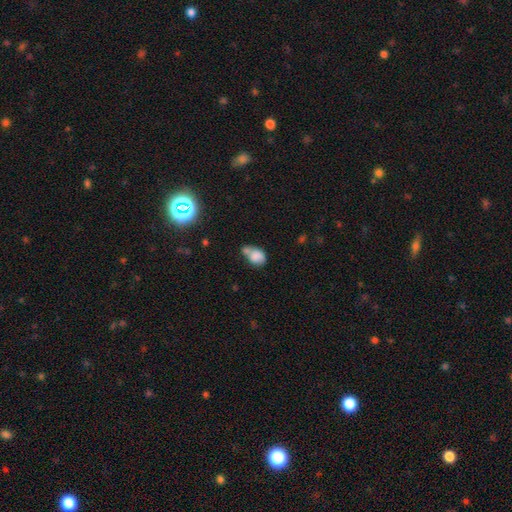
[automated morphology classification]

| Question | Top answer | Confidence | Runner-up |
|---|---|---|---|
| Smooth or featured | smooth | 77% | featured or disk (13%) |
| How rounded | in between | 64% | round (34%) |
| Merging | merger | 45% | none (27%) |